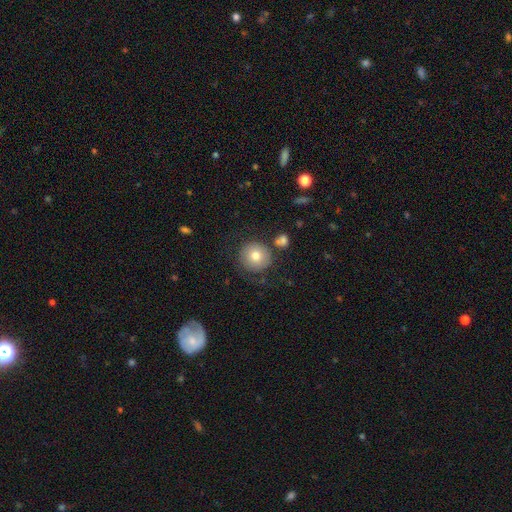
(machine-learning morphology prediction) Smooth or featured? Predicted: smooth (p=0.76). How rounded? Predicted: round (p=0.94). Merging? Predicted: none (p=0.75).